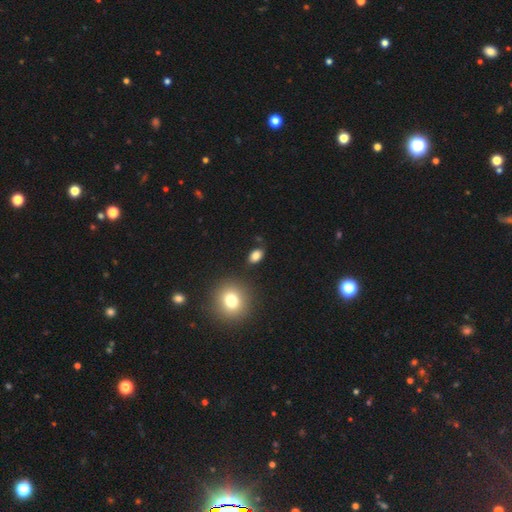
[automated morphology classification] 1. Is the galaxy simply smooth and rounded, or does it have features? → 83% smooth, 11% star or artifact, 6% featured or disk.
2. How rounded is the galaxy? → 83% in between, 15% round, 2% cigar-shaped.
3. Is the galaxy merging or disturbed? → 85% none, 9% minor disturbance, 3% merger, 2% major disturbance.